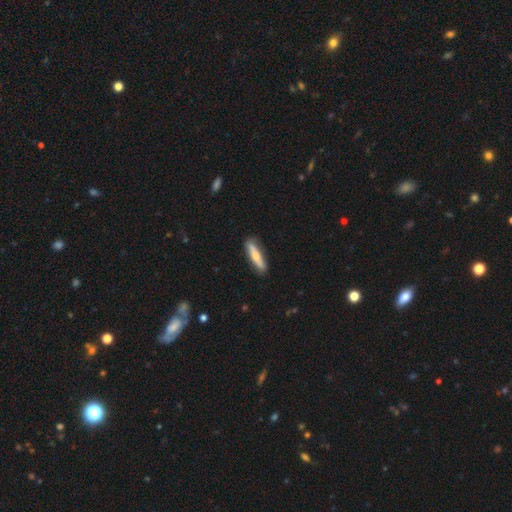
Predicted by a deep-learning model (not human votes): Smooth or featured?
  - smooth: 51% *
  - featured or disk: 43%
  - star or artifact: 5%
How rounded?
  - cigar-shaped: 80% *
  - in between: 18%
  - round: 2%
Merging?
  - none: 84% *
  - minor disturbance: 12%
  - major disturbance: 2%
  - merger: 2%